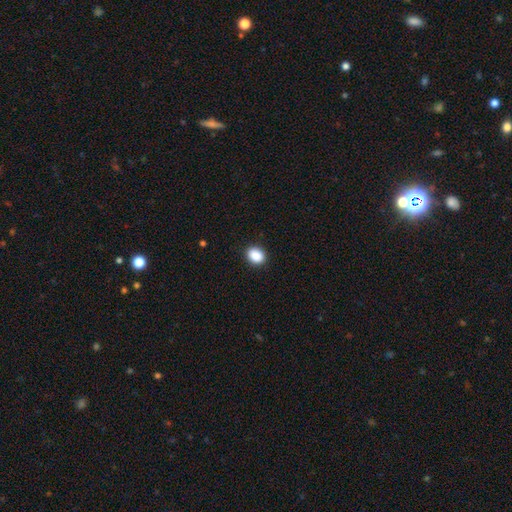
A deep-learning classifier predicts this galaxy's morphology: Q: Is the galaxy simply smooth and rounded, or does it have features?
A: smooth — 89%.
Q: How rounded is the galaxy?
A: in between — 53%.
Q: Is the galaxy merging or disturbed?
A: none — 90%.